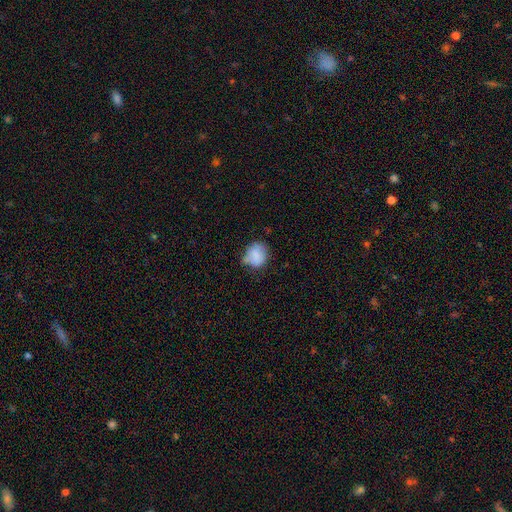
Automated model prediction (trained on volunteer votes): Overall: smooth (80%). How rounded: round (62%; in between 37%). Merging: none (49%; minor disturbance 36%).